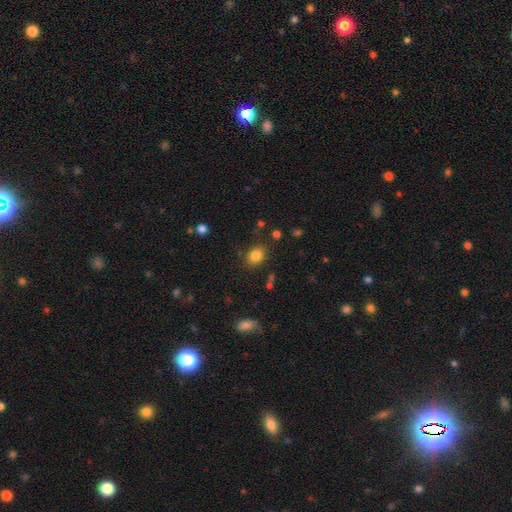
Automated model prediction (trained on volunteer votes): Overall: smooth (83%). How rounded: in between (51%; round 48%). Merging: none (83%).